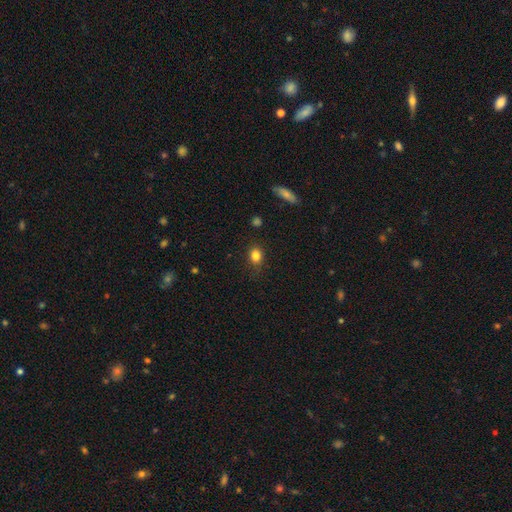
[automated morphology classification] A smooth galaxy with no disk features (83%) that is round (49%, tied with in between).

Vote fractions:
- Smooth or featured? smooth: 83% / star or artifact: 11% / featured or disk: 6%
- How rounded? round: 49% (tied) / in between: 49% (tied) / cigar-shaped: 2%
- Merging? none: 80% / minor disturbance: 15% / major disturbance: 4% / merger: 1%